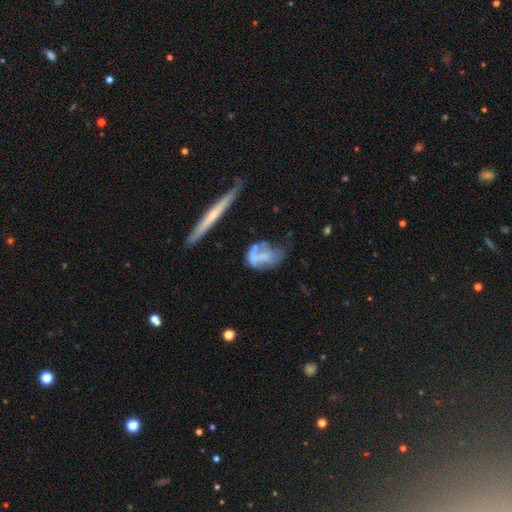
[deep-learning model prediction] This is possibly a featured or disk galaxy (47%). Merging: marginally none (34%).